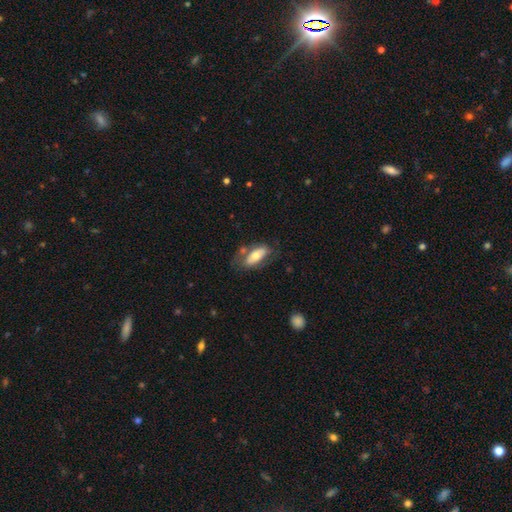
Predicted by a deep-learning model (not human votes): Smooth or featured? smooth (58%)
How rounded? in between (85%)
Merging? none (58%)